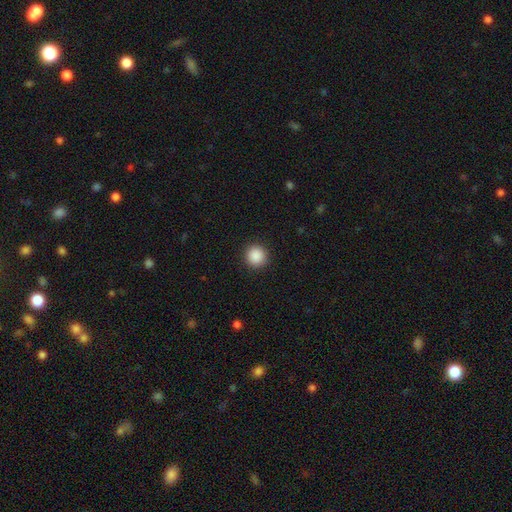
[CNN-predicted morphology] smooth_or_featured: smooth (p=0.89) [alt: star or artifact p=0.09]
how_rounded: round (p=0.94) [alt: in between p=0.05]
merging: none (p=0.92) [alt: minor disturbance p=0.05]